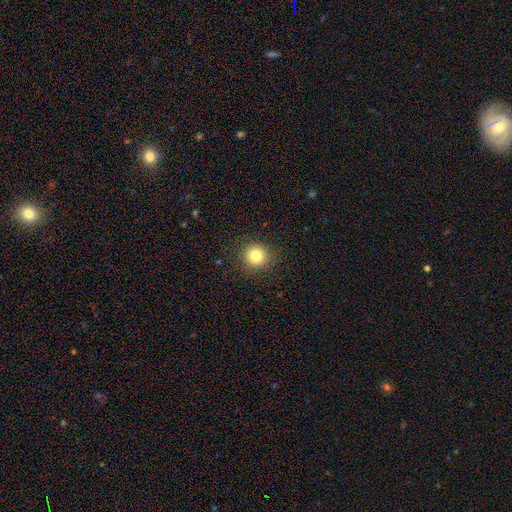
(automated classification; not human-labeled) This is clearly a smooth galaxy (82%). How rounded: clearly round (93%). Merging: clearly none (91%).